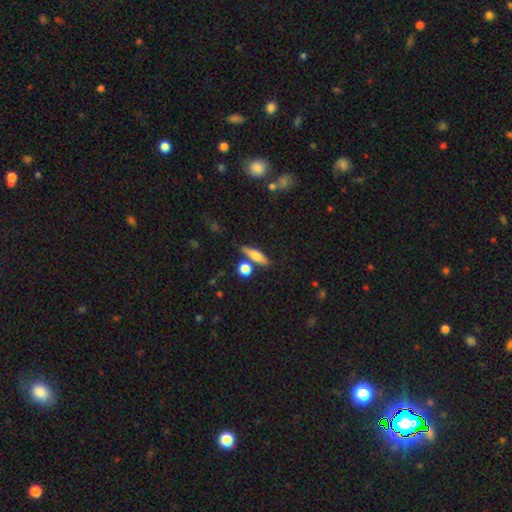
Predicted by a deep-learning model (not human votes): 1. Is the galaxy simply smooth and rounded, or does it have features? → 65% smooth, 27% featured or disk, 8% star or artifact.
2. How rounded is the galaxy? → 54% cigar-shaped, 37% in between, 9% round.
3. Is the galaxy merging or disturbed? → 73% none, 13% merger, 11% minor disturbance, 3% major disturbance.